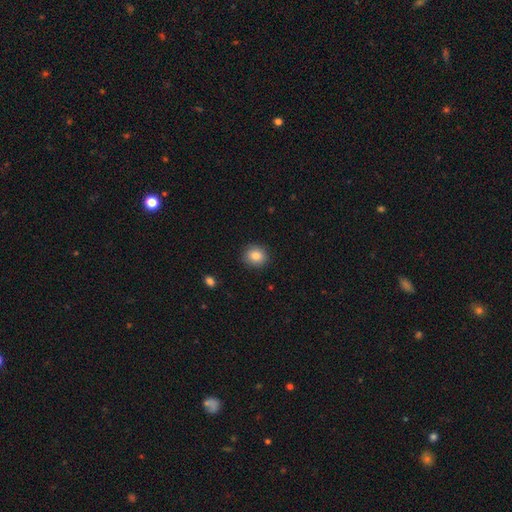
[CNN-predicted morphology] smooth-or-featured: smooth: 86% | star or artifact: 9% | featured or disk: 5%
  how-rounded: round: 79% | in between: 20% | cigar-shaped: 1%
  merging: none: 89% | minor disturbance: 8% | major disturbance: 2% | merger: 1%